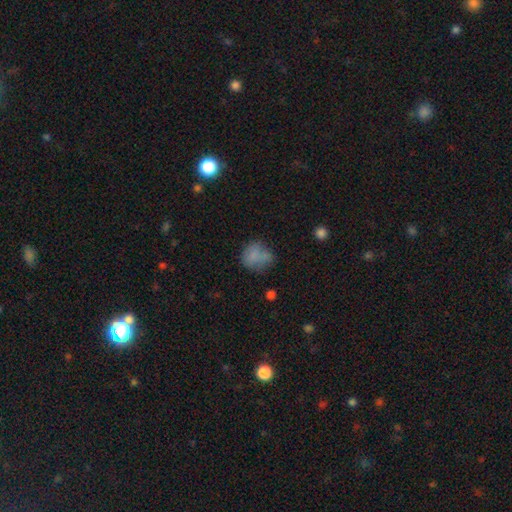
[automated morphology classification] The model was most divided on "merging": none: 53%, minor disturbance: 26%, major disturbance: 13%, merger: 7%. More confident: smooth or featured — smooth (74%); how rounded — round (71%).